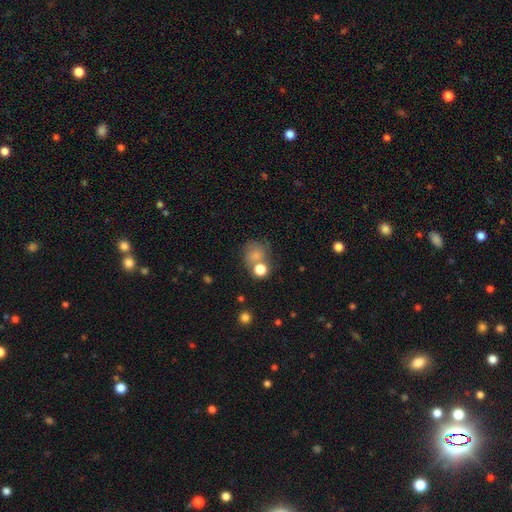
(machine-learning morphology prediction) Smooth or featured? Predicted: smooth (p=0.72). How rounded? Predicted: round (p=0.73). Merging? Predicted: none (p=0.47).